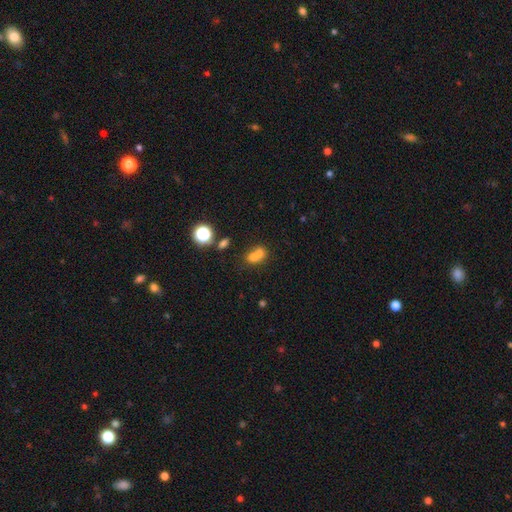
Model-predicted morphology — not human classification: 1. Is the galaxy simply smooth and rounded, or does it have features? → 66% smooth, 18% featured or disk, 17% star or artifact.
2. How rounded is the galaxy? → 59% round, 40% in between, 2% cigar-shaped.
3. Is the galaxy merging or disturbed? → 65% merger, 26% none, 6% minor disturbance, 4% major disturbance.